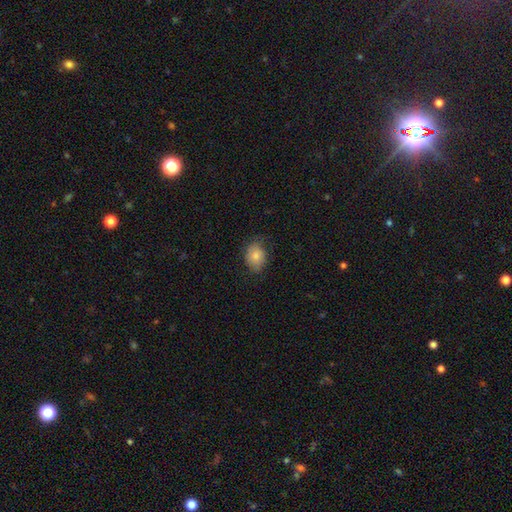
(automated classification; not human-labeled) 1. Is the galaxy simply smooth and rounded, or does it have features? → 81% smooth, 11% featured or disk, 8% star or artifact.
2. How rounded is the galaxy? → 65% in between, 34% round, 1% cigar-shaped.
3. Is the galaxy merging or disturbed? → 69% none, 24% minor disturbance, 6% major disturbance, 1% merger.